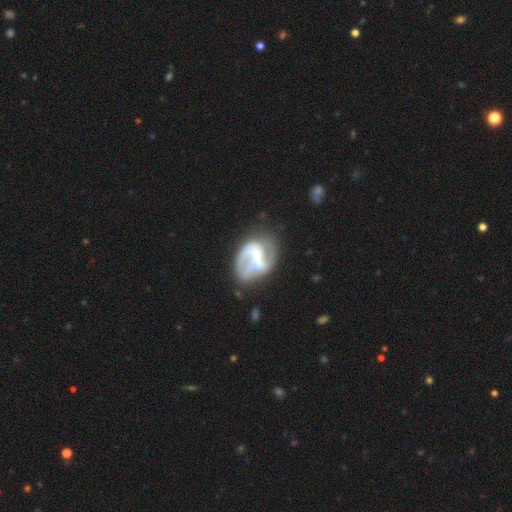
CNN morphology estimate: Smooth or featured?
  - featured or disk: 82% *
  - smooth: 12%
  - star or artifact: 6%
Edge-on disk?
  - no: 98% *
  - yes: 2%
Bar?
  - weak: 44% *
  - strong: 30%
  - no: 27%
Spiral arms?
  - yes: 90% *
  - no: 10%
Spiral winding?
  - medium: 45% *
  - loose: 39%
  - tight: 17%
Spiral arm count?
  - 2: 77% *
  - can't tell: 9%
  - 1: 7%
  - 3: 5%
  - 4: 1%
  - more than 4: 1%
Bulge size?
  - small: 49% *
  - moderate: 33%
  - none: 13%
  - large: 4%
  - dominant: 1%
Merging?
  - none: 53% *
  - minor disturbance: 23%
  - major disturbance: 18%
  - merger: 6%